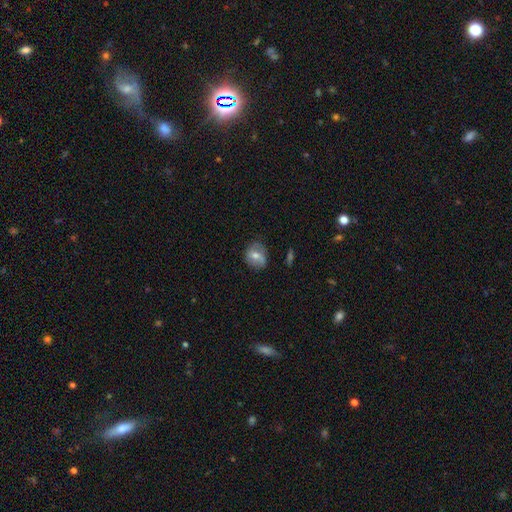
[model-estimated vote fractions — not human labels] smooth 49%, featured or disk 43%, star or artifact 8%. Down the decision tree: merging — none (69%).